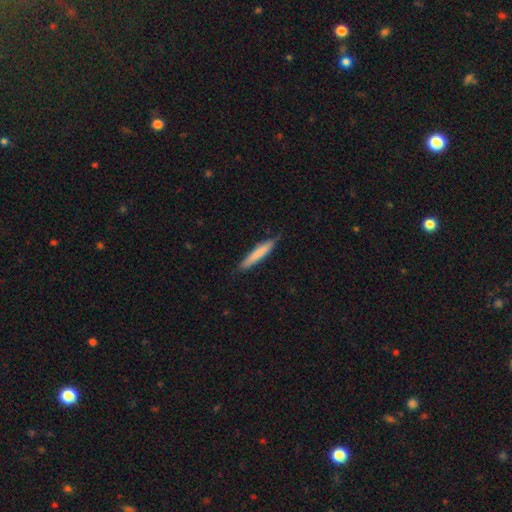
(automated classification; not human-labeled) smooth_or_featured: smooth (p=0.75) [alt: featured or disk p=0.19]
how_rounded: cigar-shaped (p=0.94) [alt: in between p=0.05]
merging: none (p=0.86) [alt: minor disturbance p=0.11]